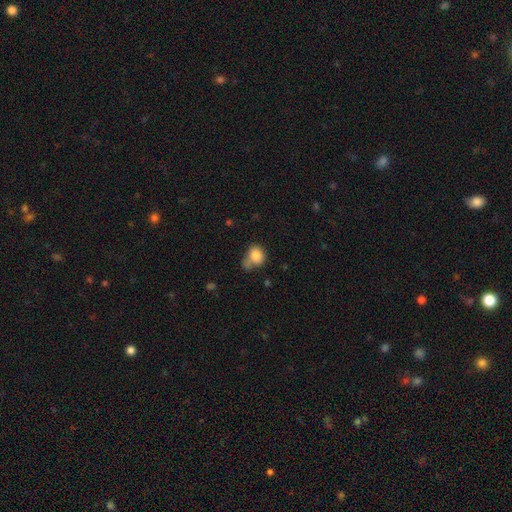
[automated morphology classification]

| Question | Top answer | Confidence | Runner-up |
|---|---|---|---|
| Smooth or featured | smooth | 84% | star or artifact (9%) |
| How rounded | round | 62% | in between (37%) |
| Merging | none | 41% | merger (24%) |